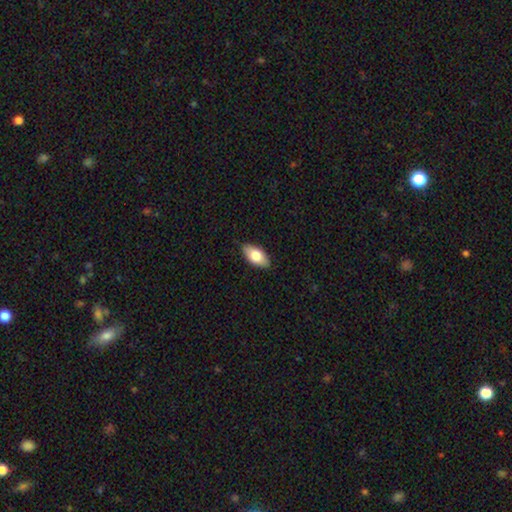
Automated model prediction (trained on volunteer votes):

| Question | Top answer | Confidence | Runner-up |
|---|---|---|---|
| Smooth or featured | smooth | 75% | featured or disk (19%) |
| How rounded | in between | 92% | cigar-shaped (5%) |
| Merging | none | 87% | minor disturbance (10%) |